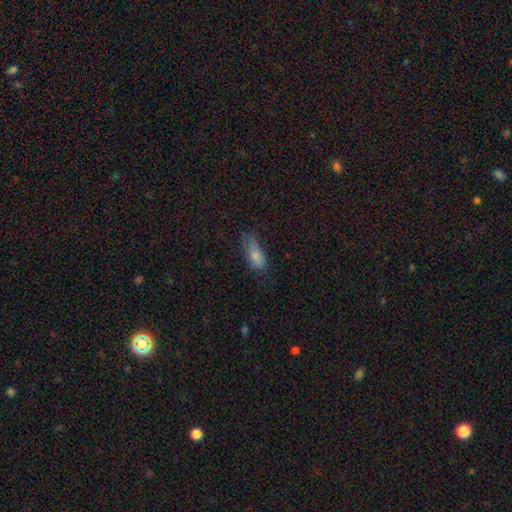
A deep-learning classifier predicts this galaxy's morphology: type=smooth (79%); roundness=in between (82%); merging=none (40%).